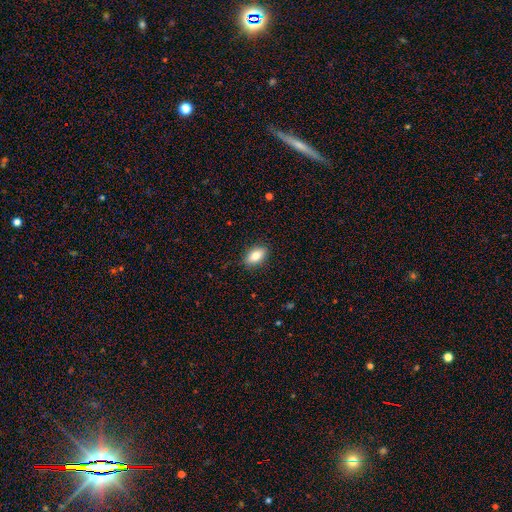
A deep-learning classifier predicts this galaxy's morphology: A smooth galaxy with no disk features (81%) that is in between round and cigar-shaped (88%). Merging: none (87%).